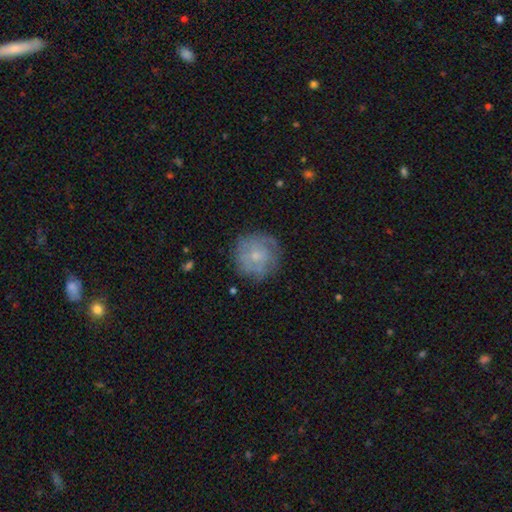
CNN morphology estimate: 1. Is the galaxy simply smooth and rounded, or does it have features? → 48% smooth, 44% featured or disk, 8% star or artifact.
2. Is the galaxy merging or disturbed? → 75% none, 17% minor disturbance, 7% major disturbance, 2% merger.